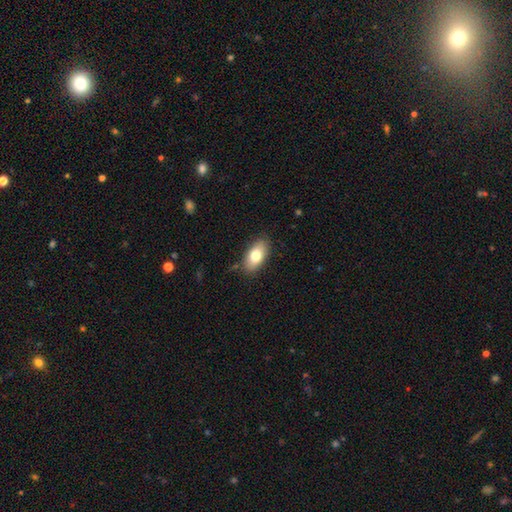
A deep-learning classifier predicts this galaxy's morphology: smooth_or_featured: smooth (p=0.78) [alt: featured or disk p=0.15]
how_rounded: in between (p=0.91) [alt: cigar-shaped p=0.05]
merging: none (p=0.84) [alt: minor disturbance p=0.12]